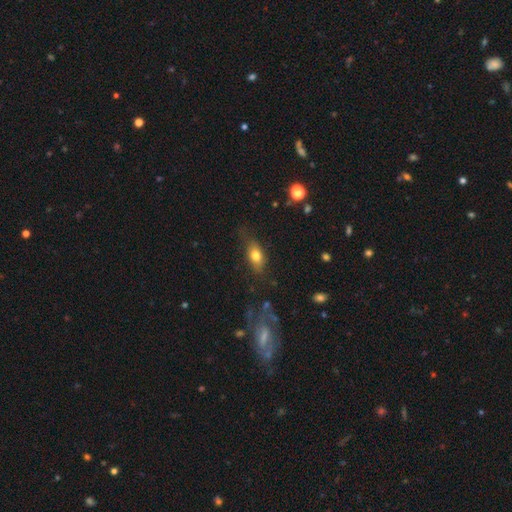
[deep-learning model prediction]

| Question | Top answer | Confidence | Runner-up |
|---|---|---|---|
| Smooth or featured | smooth | 74% | featured or disk (17%) |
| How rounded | in between | 81% | round (10%) |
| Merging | none | 67% | minor disturbance (22%) |